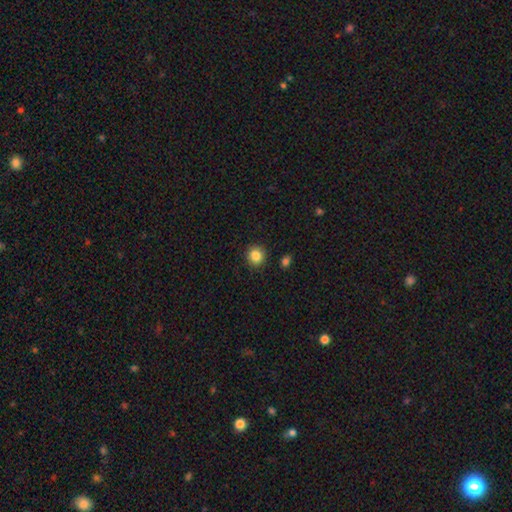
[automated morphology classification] Overall: smooth (86%). How rounded: round (91%). Merging: none (90%).